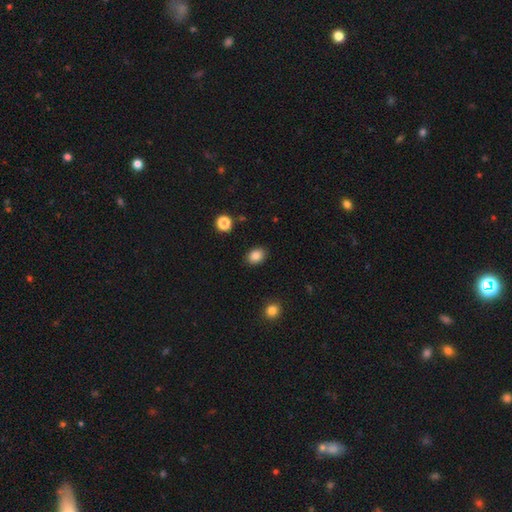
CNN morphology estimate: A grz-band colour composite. It shows a smooth galaxy with no disk features (85%) that is in between round and cigar-shaped (68%). Merging: none (89%).